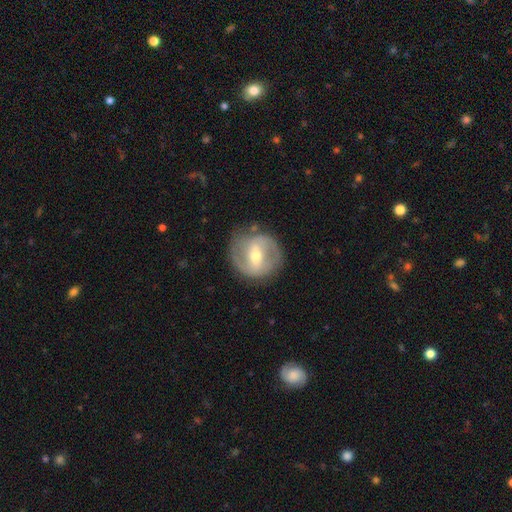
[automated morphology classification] Smooth or featured: featured or disk — 77% (smooth — 17%)
Edge-on disk: no — 96% (yes — 4%)
Bar: strong — 46% (weak — 39%)
Spiral arms: yes — 81% (no — 19%)
Spiral winding: medium — 46% (tight — 34%)
Spiral arm count: 2 — 84% (can't tell — 9%)
Bulge size: moderate — 59% (small — 36%)
Merging: none — 80% (minor disturbance — 13%)